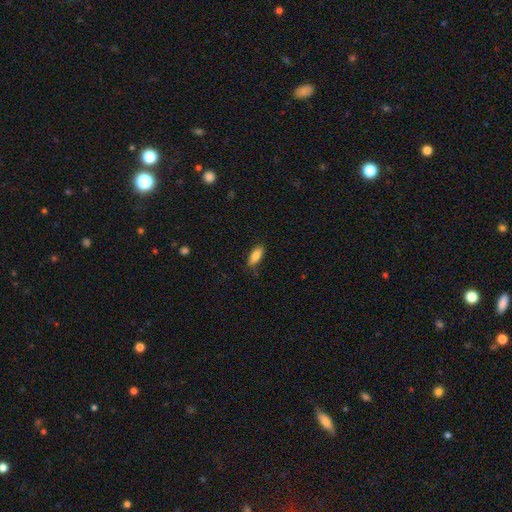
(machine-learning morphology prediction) type=smooth (84%); roundness=in between (76%); merging=none (82%).